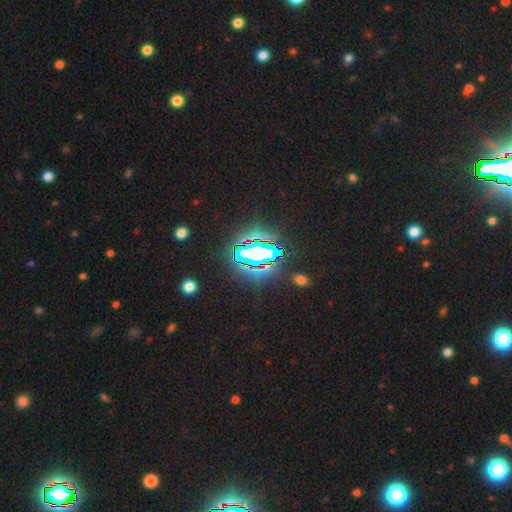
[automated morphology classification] Q: Smooth or featured?
A: star or artifact (75%); runner-up: smooth (14%)